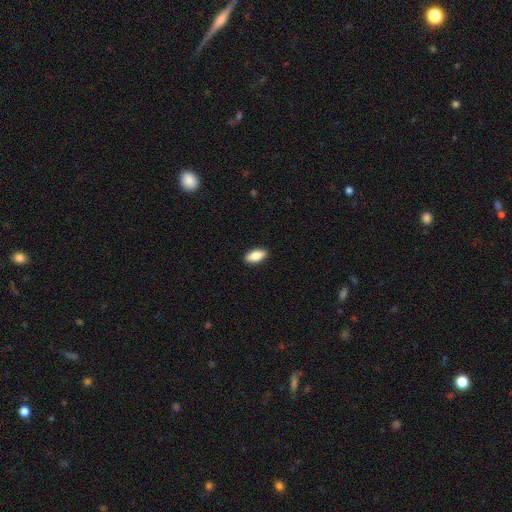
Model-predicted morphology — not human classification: smooth 79%, featured or disk 15%, star or artifact 6%. Down the decision tree: how rounded — in between (85%); merging — none (90%).